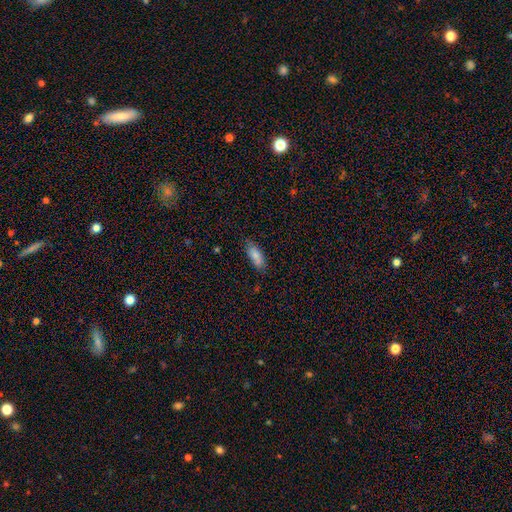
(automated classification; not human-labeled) smooth 79%, featured or disk 13%, star or artifact 8%. Down the decision tree: how rounded — in between (82%); merging — none (68%).